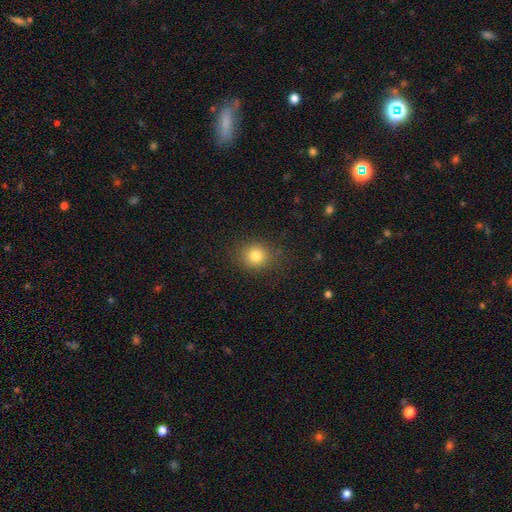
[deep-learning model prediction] smooth-or-featured: smooth: 81% | star or artifact: 12% | featured or disk: 7%
  how-rounded: round: 80% | in between: 19% | cigar-shaped: 1%
  merging: none: 86% | minor disturbance: 9% | major disturbance: 3% | merger: 1%